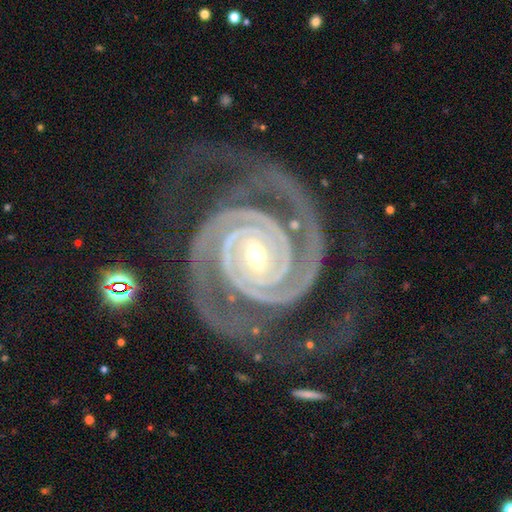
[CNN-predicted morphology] The model was most divided on "bar" (2-way tie): strong: 34%, weak: 34%, no: 32%. More confident: spiral arms — yes (99%); edge-on disk — no (98%); smooth or featured — featured or disk (95%); spiral arm count — 2 (86%); spiral winding — tight (79%); merging — none (70%); bulge size — small (59%).